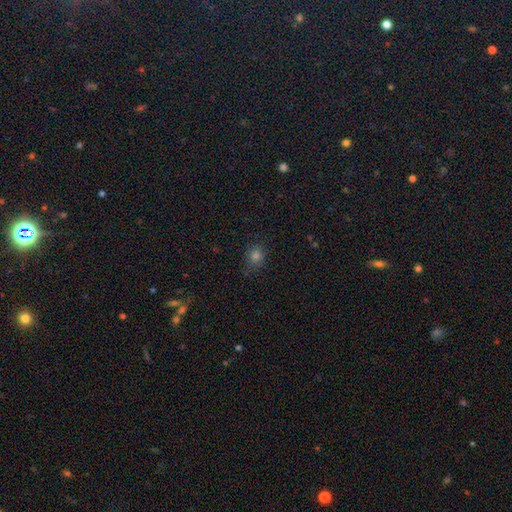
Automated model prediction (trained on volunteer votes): smooth-or-featured: smooth: 74% | star or artifact: 20% | featured or disk: 6%
  how-rounded: round: 73% | in between: 26% | cigar-shaped: 1%
  merging: none: 84% | minor disturbance: 11% | major disturbance: 3% | merger: 1%